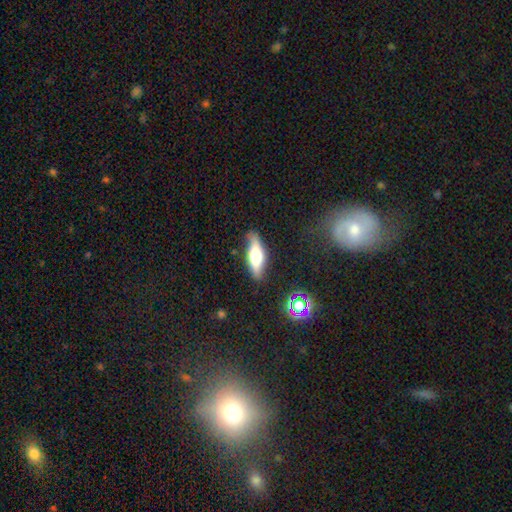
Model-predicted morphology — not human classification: The model was most divided on "smooth or featured": smooth: 50%, featured or disk: 43%, star or artifact: 7%. More confident: merging — none (81%).